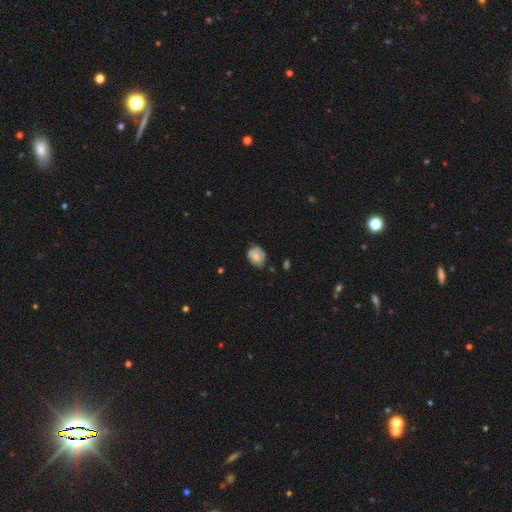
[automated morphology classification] smooth_or_featured: smooth (p=0.65) [alt: featured or disk p=0.27]
how_rounded: in between (p=0.53) [alt: round p=0.46]
merging: none (p=0.51) [alt: minor disturbance p=0.35]